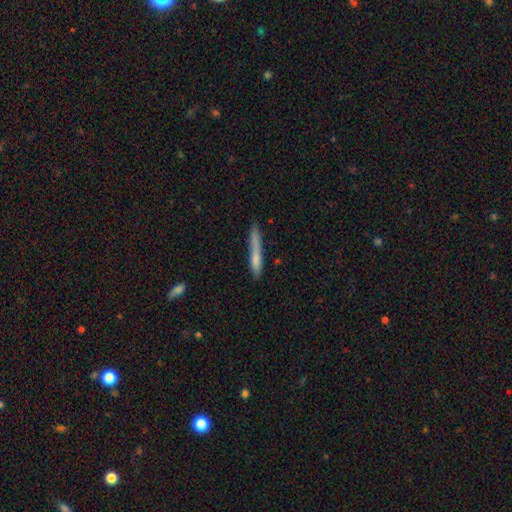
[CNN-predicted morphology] Smooth or featured? smooth (69%)
How rounded? cigar-shaped (95%)
Merging? none (71%)